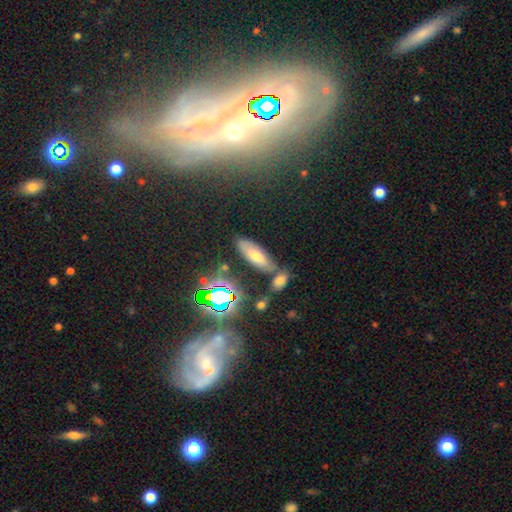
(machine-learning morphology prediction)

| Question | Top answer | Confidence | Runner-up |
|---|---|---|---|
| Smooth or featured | smooth | 52% | featured or disk (26%) |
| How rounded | in between | 62% | cigar-shaped (33%) |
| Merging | none | 73% | minor disturbance (14%) |